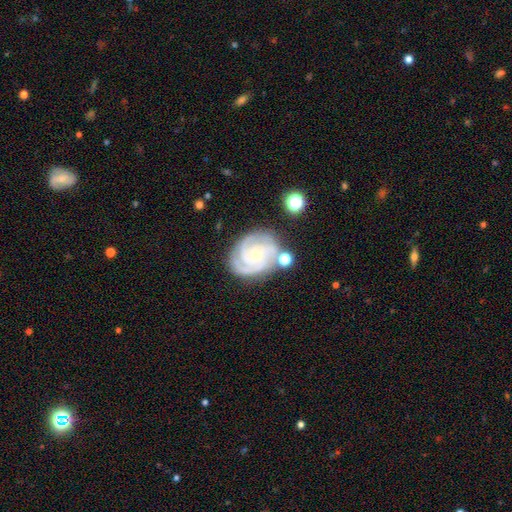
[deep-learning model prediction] Morphology: type=featured or disk (88%); edge-on=no (98%); bar=no (74%); spiral arms=yes (98%); winding=tight (74%); arm count=3 (48%); bulge=small (73%); merging=none (68%).